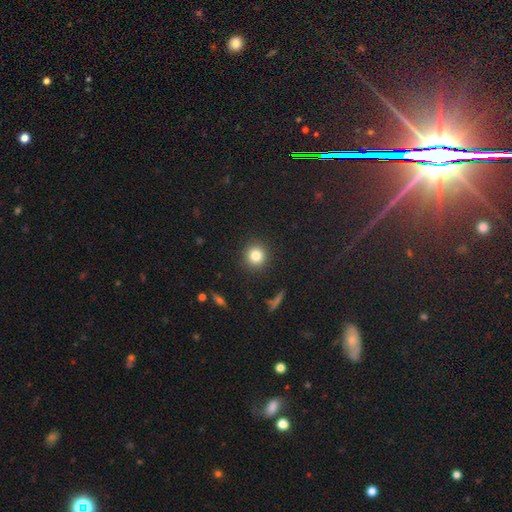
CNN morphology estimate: smooth-or-featured: smooth: 82% | star or artifact: 11% | featured or disk: 7%
  how-rounded: round: 93% | in between: 6% | cigar-shaped: 1%
  merging: none: 91% | minor disturbance: 6% | major disturbance: 2% | merger: 1%